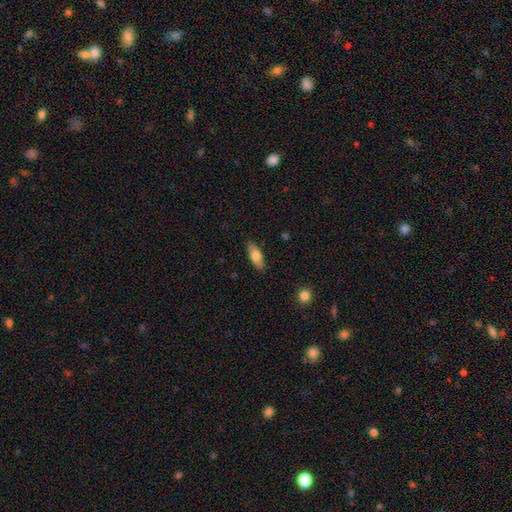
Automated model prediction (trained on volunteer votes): Overall: smooth (77%). How rounded: in between (81%). Merging: none (86%).